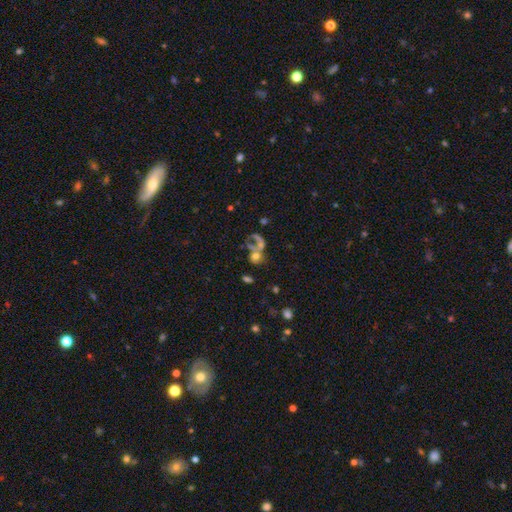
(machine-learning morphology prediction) type=smooth (45%); merging=merger (48%).